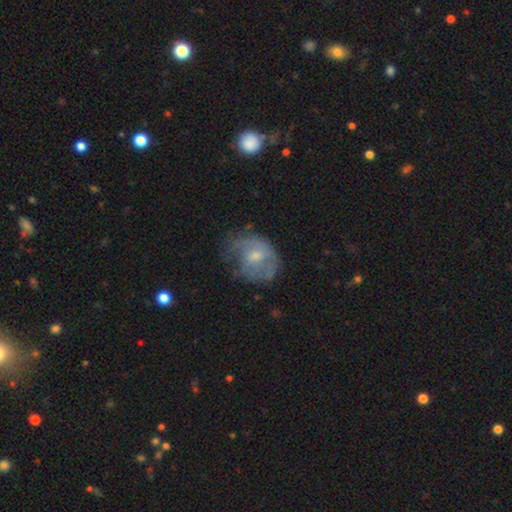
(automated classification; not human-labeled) Morphology: type=featured or disk (47%); merging=none (41%).